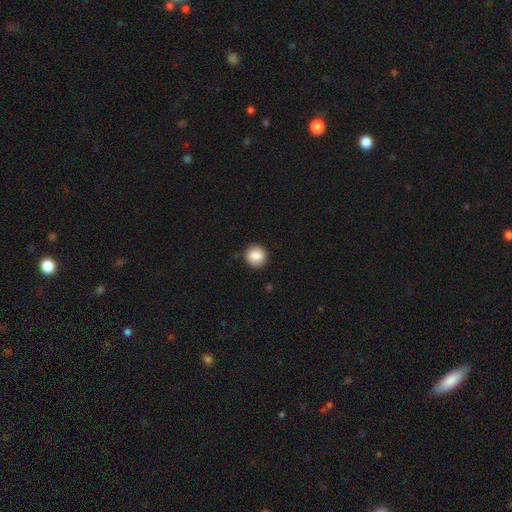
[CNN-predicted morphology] A smooth galaxy with no disk features (86%) that is round (91%).

Vote fractions:
- Smooth or featured? smooth: 86% / star or artifact: 8% / featured or disk: 6%
- How rounded? round: 91% / in between: 8% / cigar-shaped: 1%
- Merging? none: 87% / minor disturbance: 9% / major disturbance: 2% / merger: 1%